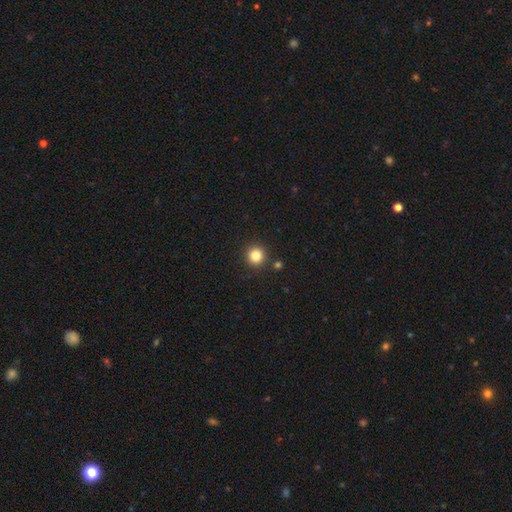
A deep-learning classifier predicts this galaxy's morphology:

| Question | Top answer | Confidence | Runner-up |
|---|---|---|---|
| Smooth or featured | smooth | 83% | star or artifact (12%) |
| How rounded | round | 94% | in between (5%) |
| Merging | none | 90% | minor disturbance (5%) |